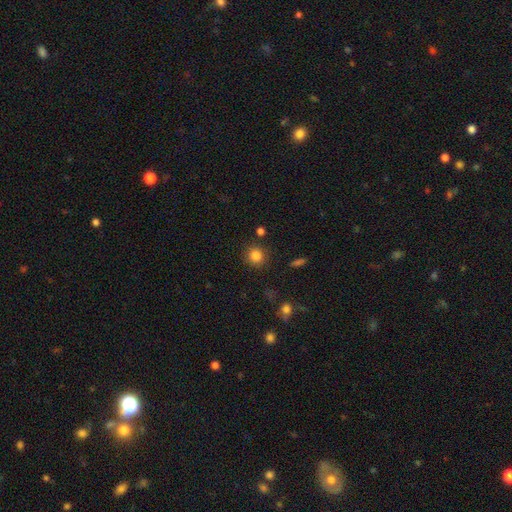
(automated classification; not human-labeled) Morphology: type=smooth (84%); roundness=round (90%); merging=none (87%).